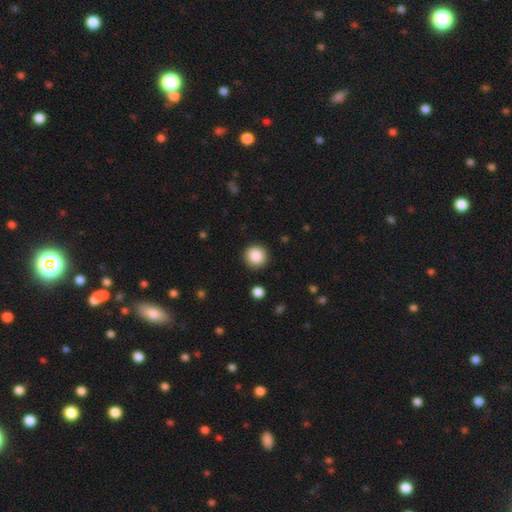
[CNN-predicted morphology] type=smooth (88%); roundness=round (94%); merging=none (90%).